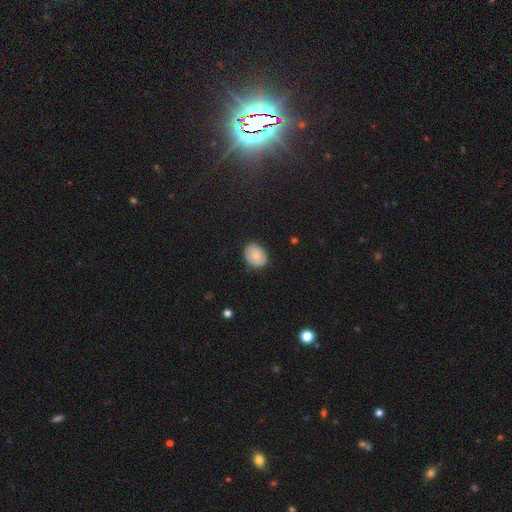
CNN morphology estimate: This is likely a smooth galaxy (73%). How rounded: possibly in between (58%). Merging: likely none (80%).